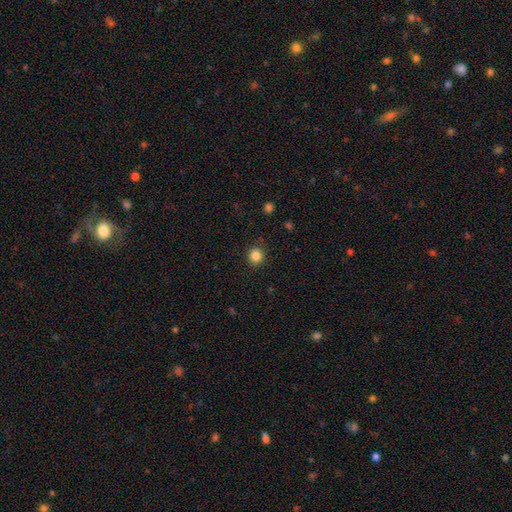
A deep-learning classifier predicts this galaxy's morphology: smooth_or_featured: smooth (p=0.84) [alt: star or artifact p=0.11]
how_rounded: round (p=0.91) [alt: in between p=0.08]
merging: none (p=0.89) [alt: minor disturbance p=0.08]